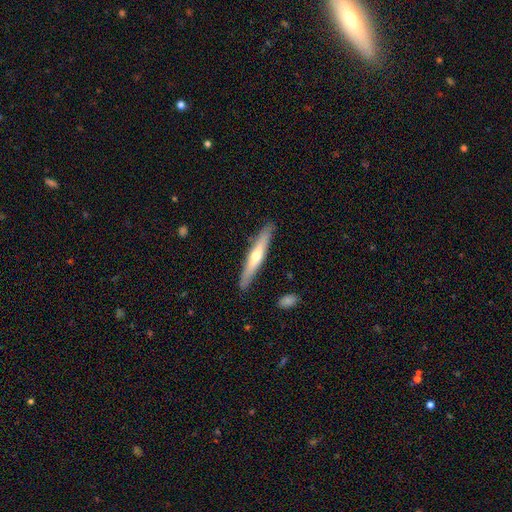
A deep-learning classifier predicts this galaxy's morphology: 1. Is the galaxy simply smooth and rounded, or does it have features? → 56% featured or disk, 39% smooth, 5% star or artifact.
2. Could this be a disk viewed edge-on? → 94% yes, 6% no.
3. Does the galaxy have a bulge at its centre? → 82% rounded, 15% none, 3% boxy.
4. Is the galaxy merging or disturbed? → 89% none, 8% minor disturbance, 2% major disturbance, 1% merger.